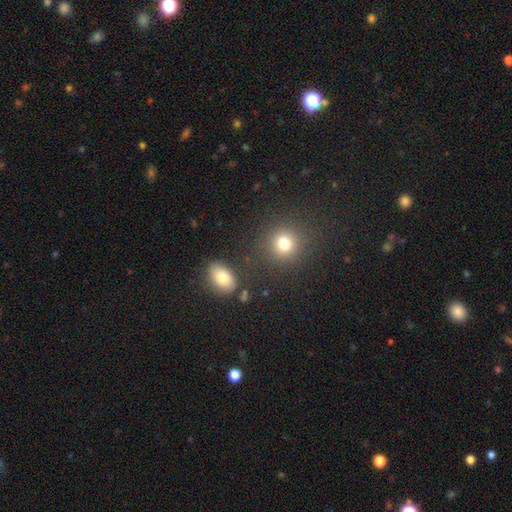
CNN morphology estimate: Q: Smooth or featured?
A: smooth (60%); runner-up: star or artifact (31%)
Q: How rounded?
A: round (60%); runner-up: in between (37%)
Q: Merging?
A: none (79%); runner-up: minor disturbance (9%)